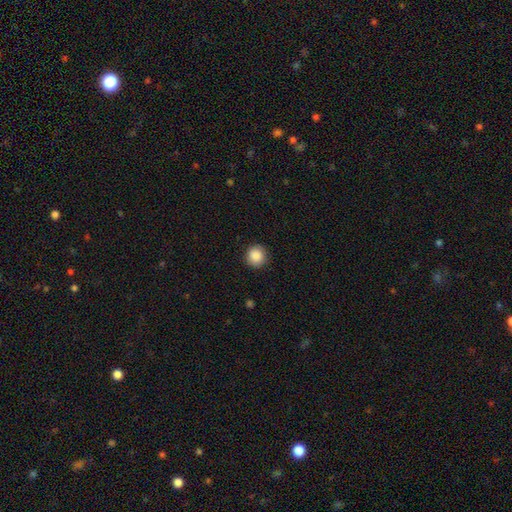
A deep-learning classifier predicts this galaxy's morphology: Smooth or featured? Predicted: smooth (p=0.88). How rounded? Predicted: round (p=0.91). Merging? Predicted: none (p=0.89).